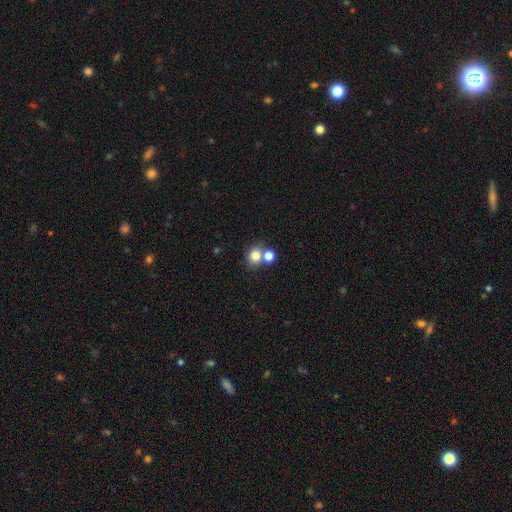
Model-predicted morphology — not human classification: smooth-or-featured: smooth: 78% | star or artifact: 12% | featured or disk: 9%
  how-rounded: round: 79% | in between: 20% | cigar-shaped: 1%
  merging: none: 50% | merger: 40% | minor disturbance: 7% | major disturbance: 3%